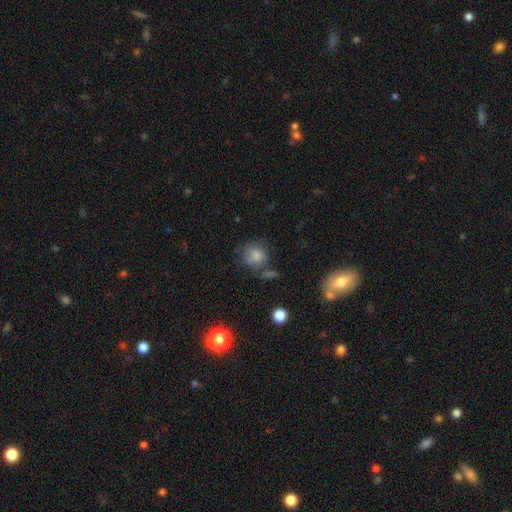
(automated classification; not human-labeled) The model was most divided on "merging": none: 56%, minor disturbance: 22%, merger: 11%, major disturbance: 11%. More confident: smooth or featured — smooth (78%); how rounded — round (78%).